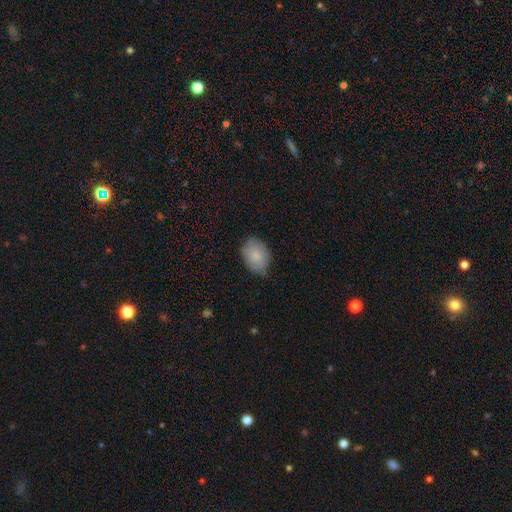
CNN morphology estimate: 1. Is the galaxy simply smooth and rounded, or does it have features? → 86% smooth, 8% featured or disk, 6% star or artifact.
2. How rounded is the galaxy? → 81% in between, 18% round, 1% cigar-shaped.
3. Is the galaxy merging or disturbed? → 72% none, 23% minor disturbance, 4% major disturbance, 1% merger.